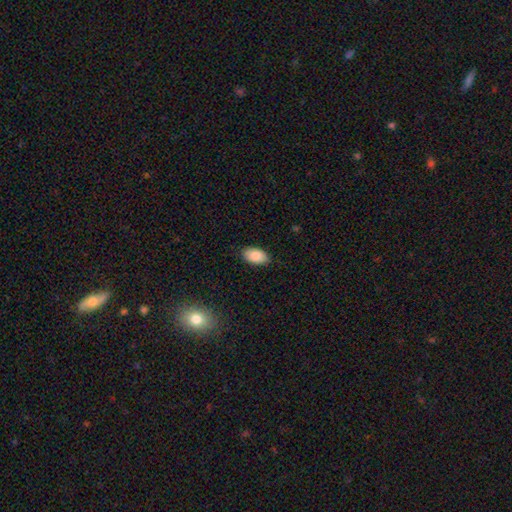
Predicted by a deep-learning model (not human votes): Smooth or featured? smooth (88%)
How rounded? in between (94%)
Merging? none (85%)